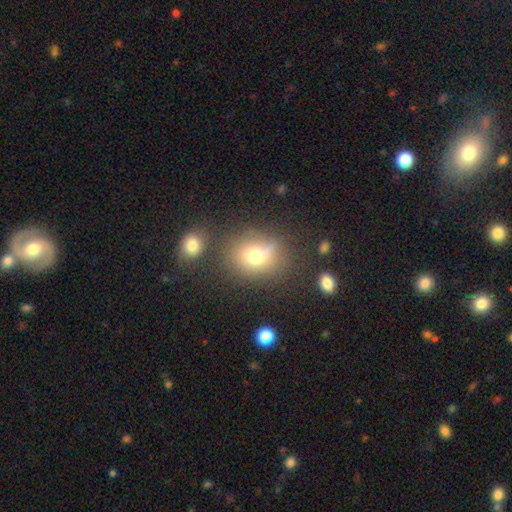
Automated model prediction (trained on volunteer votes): Morphology: type=smooth (67%); roundness=round (63%); merging=none (64%).